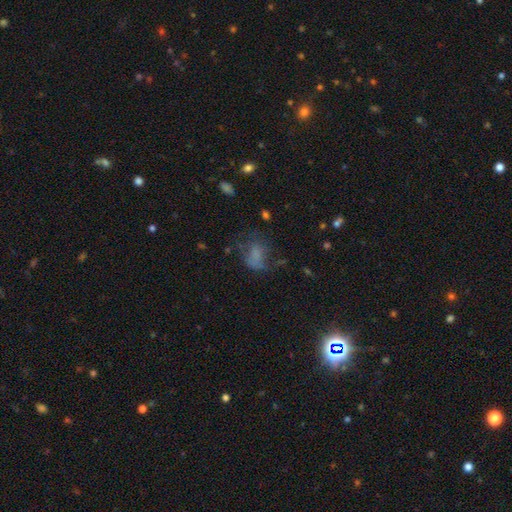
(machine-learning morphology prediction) Smooth or featured?
  - smooth: 58% *
  - featured or disk: 24%
  - star or artifact: 18%
How rounded?
  - in between: 76% *
  - round: 22%
  - cigar-shaped: 2%
Merging?
  - none: 38% *
  - major disturbance: 33%
  - minor disturbance: 25%
  - merger: 4%